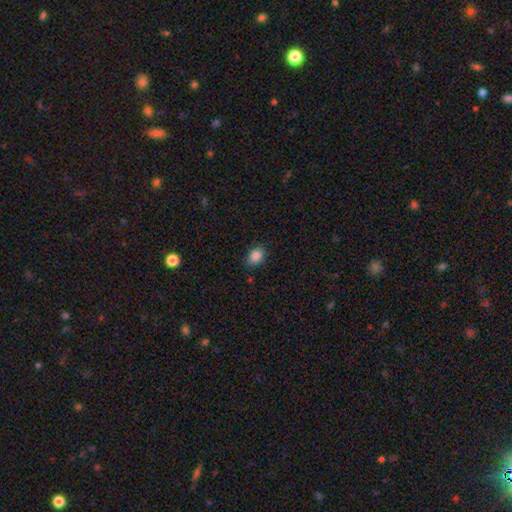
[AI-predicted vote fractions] smooth-or-featured: smooth: 86% | star or artifact: 10% | featured or disk: 5%
  how-rounded: in between: 65% | round: 34% | cigar-shaped: 1%
  merging: none: 81% | minor disturbance: 15% | major disturbance: 3% | merger: 1%